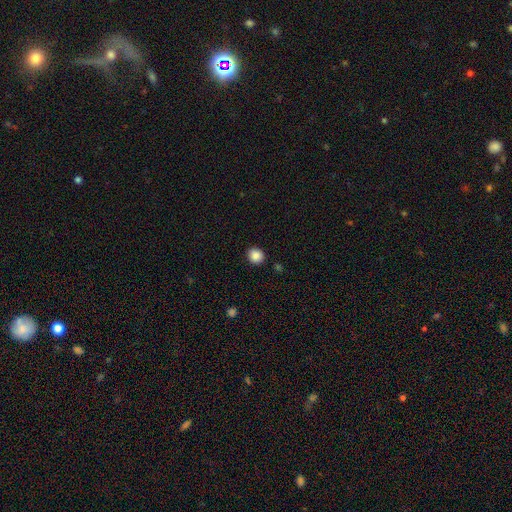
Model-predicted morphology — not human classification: A smooth galaxy with no disk features (87%) that is round (80%).

Vote fractions:
- Smooth or featured? smooth: 87% / star or artifact: 9% / featured or disk: 3%
- How rounded? round: 80% / in between: 19% / cigar-shaped: 1%
- Merging? none: 90% / minor disturbance: 6% / major disturbance: 2% / merger: 2%